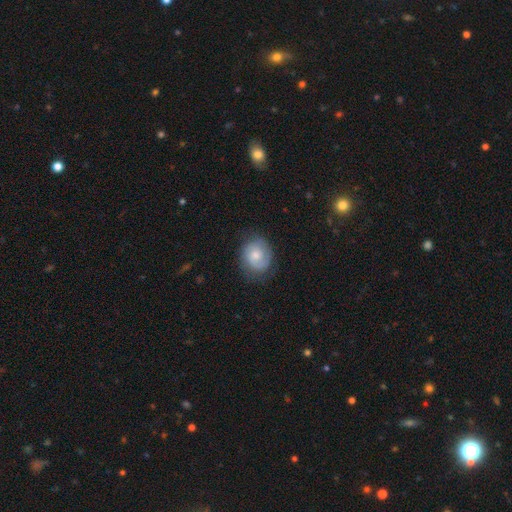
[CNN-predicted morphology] The model was most divided on "smooth or featured": smooth: 52%, featured or disk: 41%, star or artifact: 7%. More confident: merging — none (73%); how rounded — round (69%).